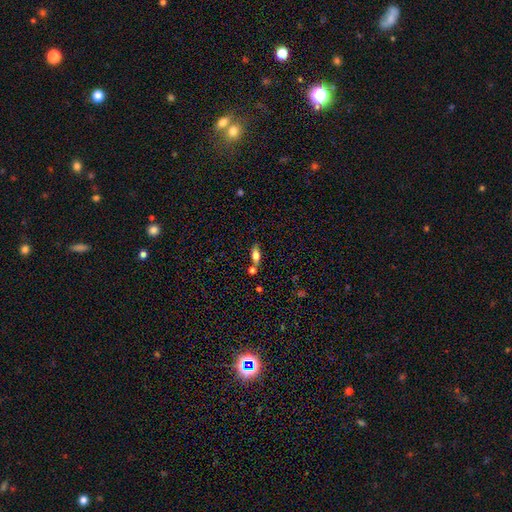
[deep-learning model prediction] This is likely a smooth galaxy (67%). How rounded: likely in between (74%). Merging: likely none (67%).